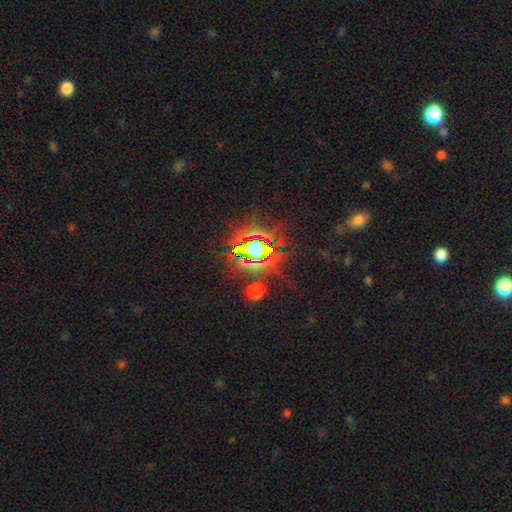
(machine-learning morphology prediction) A star or artifact, not a galaxy (78%).

Vote fractions:
- Smooth or featured? star or artifact: 78% / featured or disk: 12% / smooth: 10%